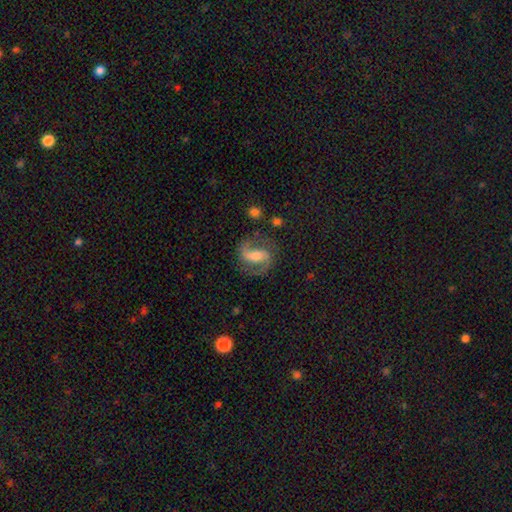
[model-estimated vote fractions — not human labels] Morphology: type=featured or disk (84%); edge-on=no (97%); bar=strong (39%, tied with weak); spiral arms=yes (96%); winding=medium (54%); arm count=2 (92%); bulge=moderate (57%); merging=none (78%).